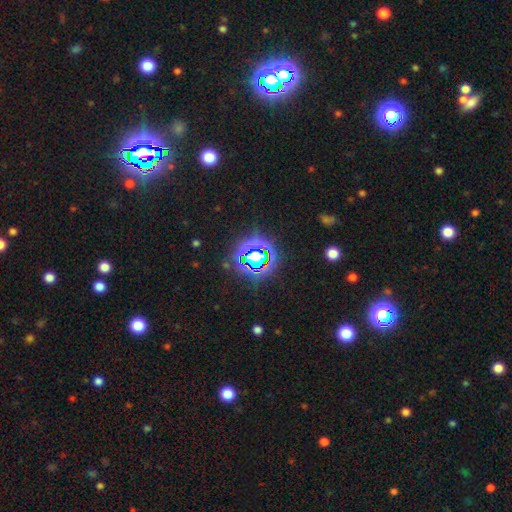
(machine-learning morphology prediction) Smooth or featured? Predicted: star or artifact (p=0.65).